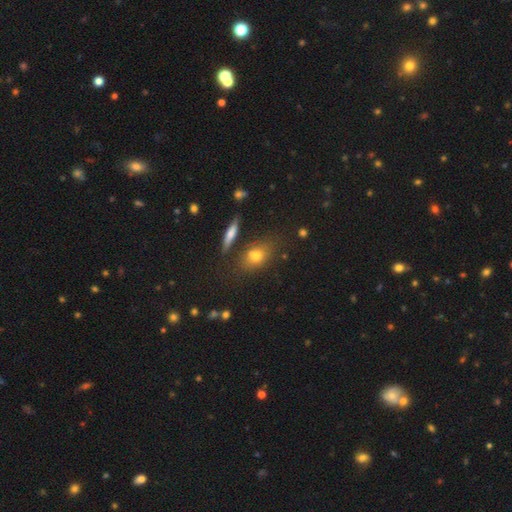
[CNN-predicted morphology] This appears to be a smooth galaxy with no disk features (71%) that is in between round and cigar-shaped (65%). Merging: none (68%).